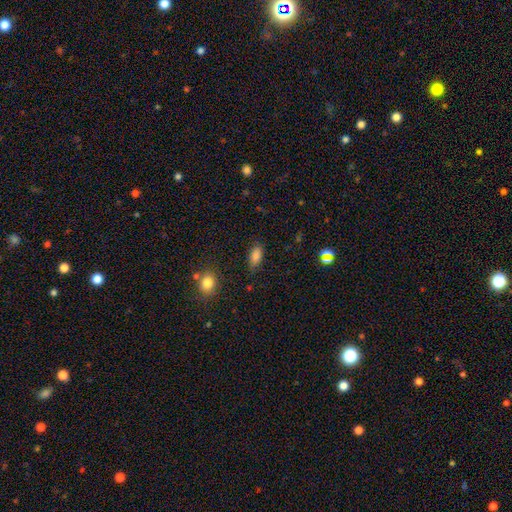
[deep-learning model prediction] Q: Smooth or featured?
A: smooth (84%); runner-up: star or artifact (10%)
Q: How rounded?
A: in between (88%); runner-up: cigar-shaped (8%)
Q: Merging?
A: none (76%); runner-up: minor disturbance (18%)